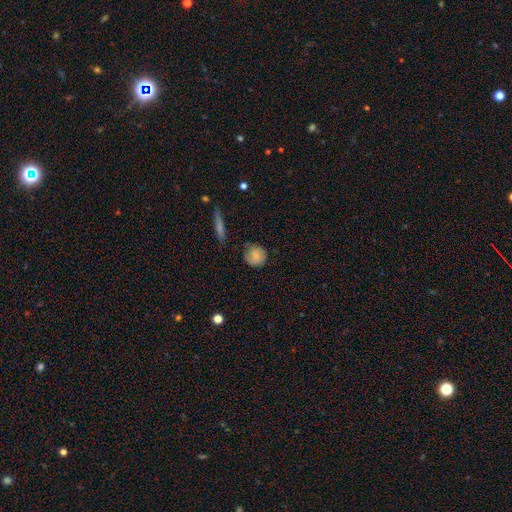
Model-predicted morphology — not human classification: smooth 82%, featured or disk 10%, star or artifact 8%. Down the decision tree: how rounded — round (87%); merging — none (74%).